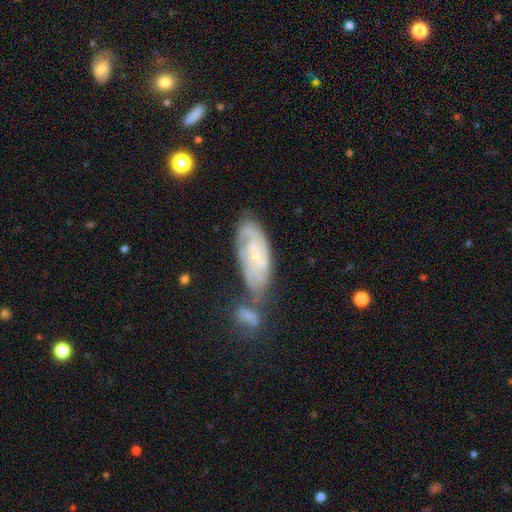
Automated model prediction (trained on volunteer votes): Smooth or featured? featured or disk (66%)
Edge-on disk? no (91%)
Bar? no (65%)
Spiral arms? yes (86%)
Spiral winding? tight (63%)
Spiral arm count? can't tell (46%)
Bulge size? small (74%)
Merging? none (41%)